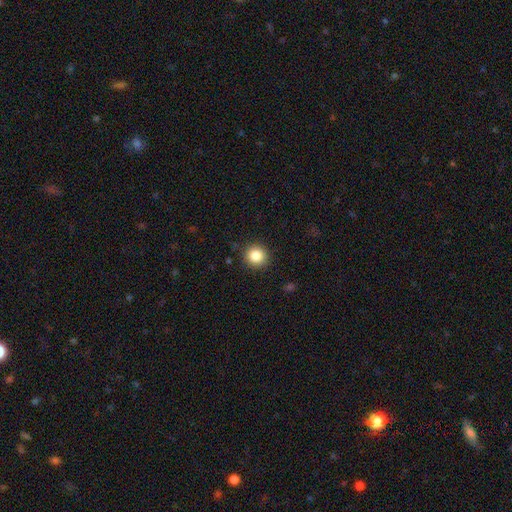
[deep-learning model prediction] This is clearly a smooth galaxy (85%). How rounded: clearly round (92%). Merging: clearly none (90%).